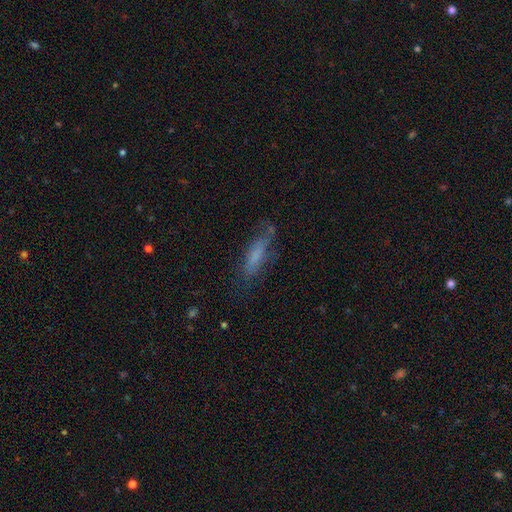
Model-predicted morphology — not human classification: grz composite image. It shows a smooth galaxy with no disk features (58%) that is cigar-shaped (62%). Merging: none (62%).